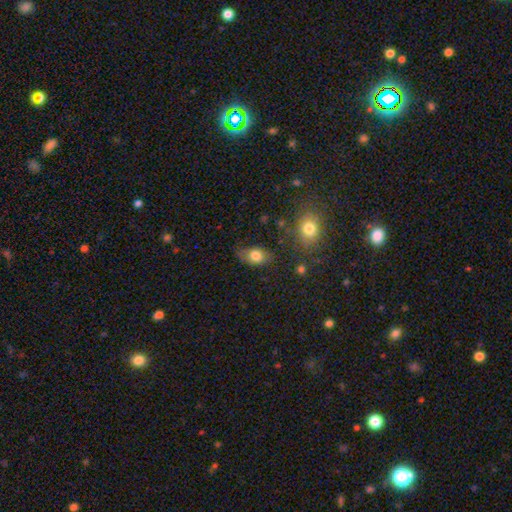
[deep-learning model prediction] This is likely a smooth galaxy (79%). How rounded: clearly in between (82%). Merging: likely none (67%).